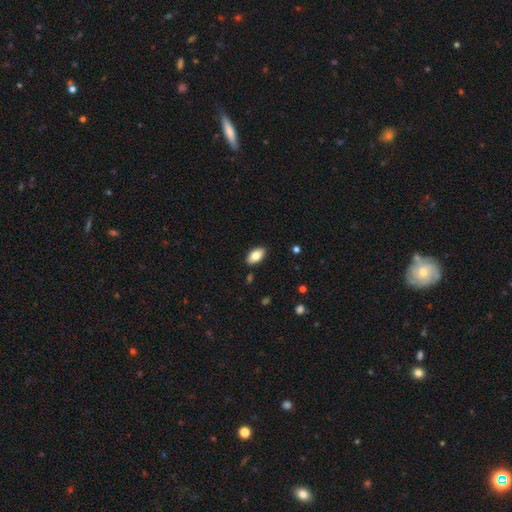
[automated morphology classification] Overall: smooth (81%). How rounded: in between (93%). Merging: none (89%).